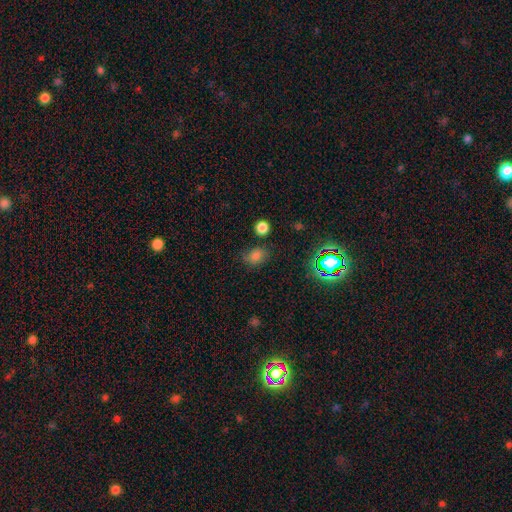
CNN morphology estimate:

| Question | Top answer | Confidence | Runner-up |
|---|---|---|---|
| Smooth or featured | smooth | 69% | star or artifact (20%) |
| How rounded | in between | 55% | round (44%) |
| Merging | none | 64% | minor disturbance (24%) |